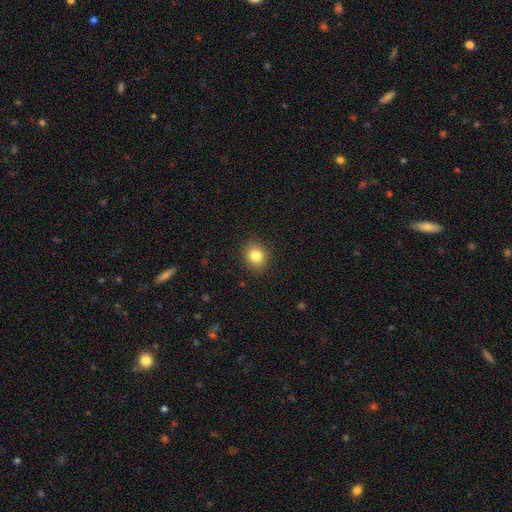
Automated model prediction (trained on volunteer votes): Smooth or featured? Predicted: smooth (p=0.83). How rounded? Predicted: round (p=0.68). Merging? Predicted: none (p=0.89).